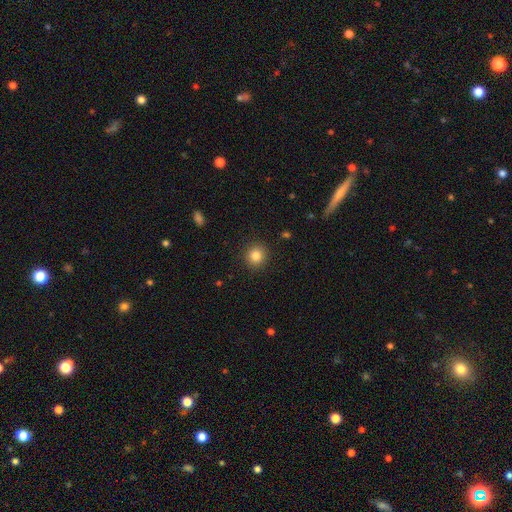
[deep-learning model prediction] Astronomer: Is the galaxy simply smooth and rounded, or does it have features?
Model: smooth — 84%.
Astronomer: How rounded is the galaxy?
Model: round — 91%.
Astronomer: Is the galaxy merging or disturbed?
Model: none — 91%.